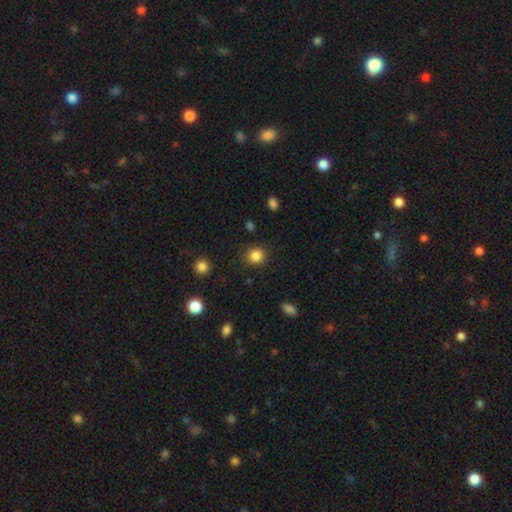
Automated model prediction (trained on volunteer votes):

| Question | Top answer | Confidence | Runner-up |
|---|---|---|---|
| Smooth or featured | smooth | 85% | star or artifact (11%) |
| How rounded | round | 85% | in between (14%) |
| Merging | none | 86% | minor disturbance (9%) |